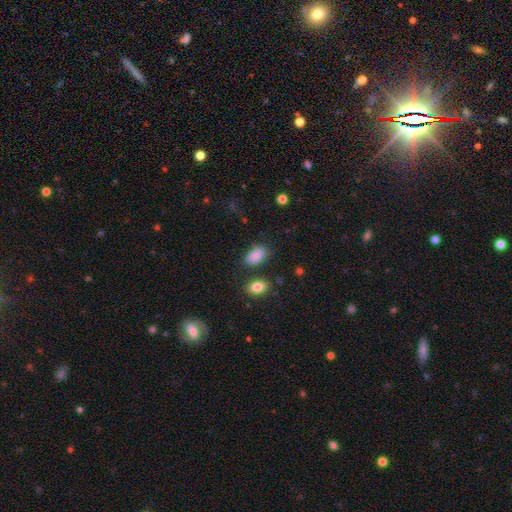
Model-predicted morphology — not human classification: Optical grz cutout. It shows a smooth galaxy with no disk features (88%) that is in between round and cigar-shaped (93%). Merging: none (73%).